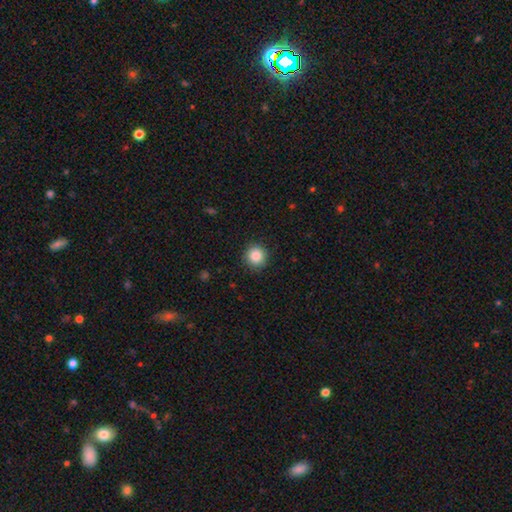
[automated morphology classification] A smooth galaxy with no disk features (87%) that is round (93%). Merging: none (90%).